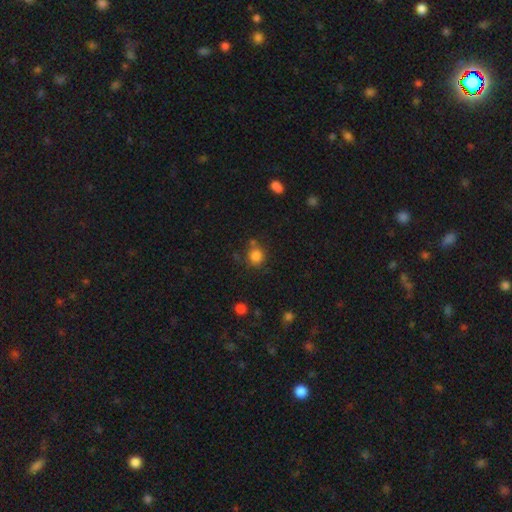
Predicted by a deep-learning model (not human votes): Smooth or featured? smooth (82%)
How rounded? round (85%)
Merging? none (69%)